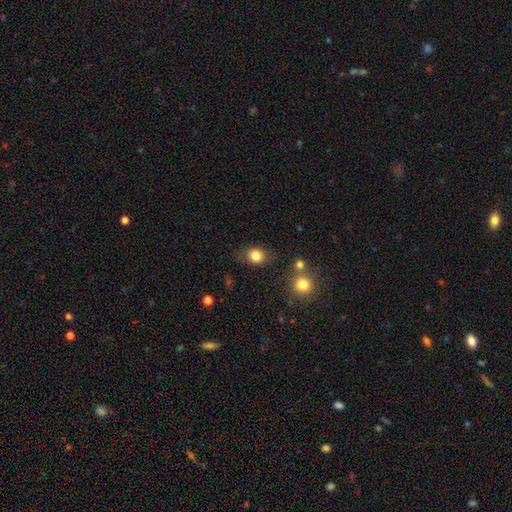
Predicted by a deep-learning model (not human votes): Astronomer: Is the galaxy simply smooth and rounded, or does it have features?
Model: smooth — 84%.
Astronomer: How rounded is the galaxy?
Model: round — 62%.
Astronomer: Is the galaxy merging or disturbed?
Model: none — 72%.